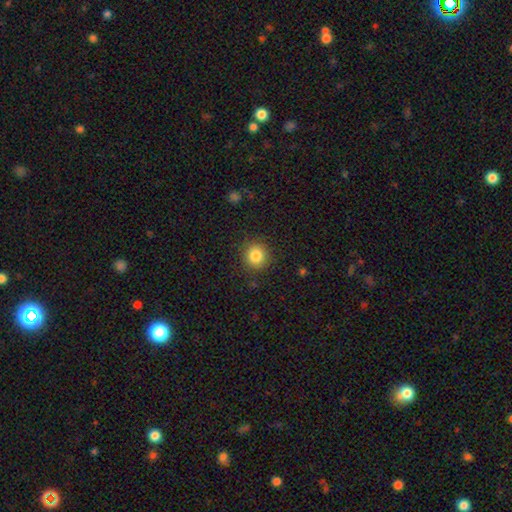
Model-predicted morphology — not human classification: A smooth galaxy with no disk features (84%) that is round (92%). Merging: none (89%).